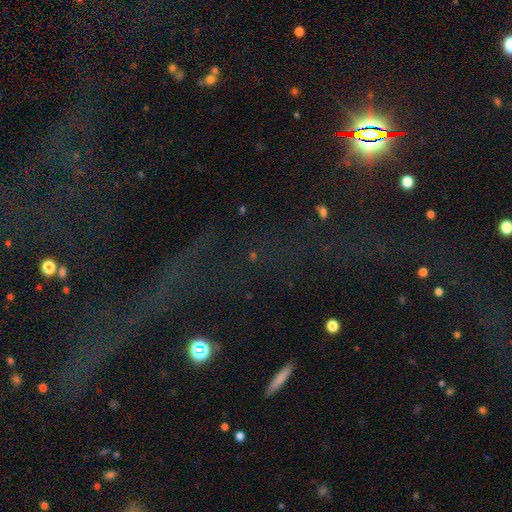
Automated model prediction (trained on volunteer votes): Q: Smooth or featured?
A: star or artifact (77%); runner-up: smooth (12%)